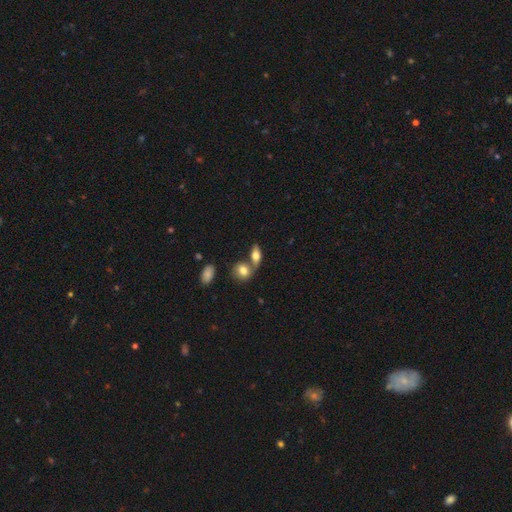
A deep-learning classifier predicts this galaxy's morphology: A smooth galaxy with no disk features (70%) that is in between round and cigar-shaped (77%).

Vote fractions:
- Smooth or featured? smooth: 70% / featured or disk: 22% / star or artifact: 8%
- How rounded? in between: 77% / cigar-shaped: 12% / round: 10%
- Merging? none: 46% / merger: 40% / minor disturbance: 10% / major disturbance: 4%